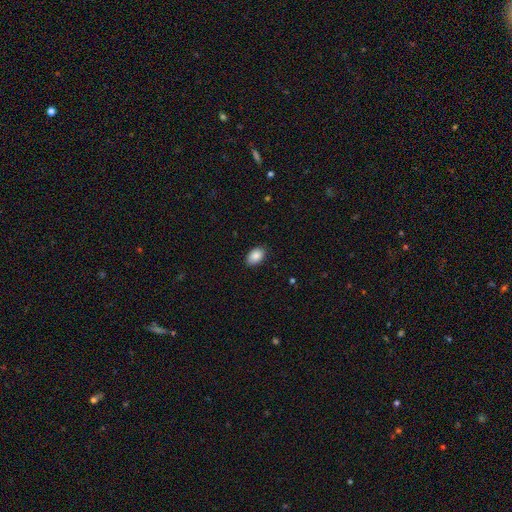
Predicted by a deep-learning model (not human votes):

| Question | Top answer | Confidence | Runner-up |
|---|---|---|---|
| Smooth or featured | smooth | 88% | star or artifact (7%) |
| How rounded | in between | 90% | round (8%) |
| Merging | none | 87% | minor disturbance (10%) |